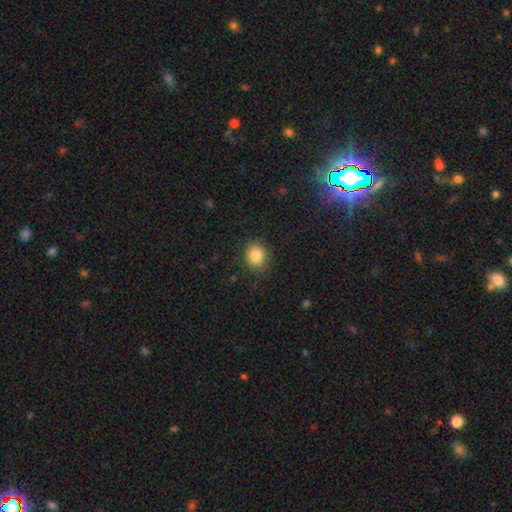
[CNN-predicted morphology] Smooth or featured? Predicted: smooth (p=0.84). How rounded? Predicted: round (p=0.76). Merging? Predicted: none (p=0.85).